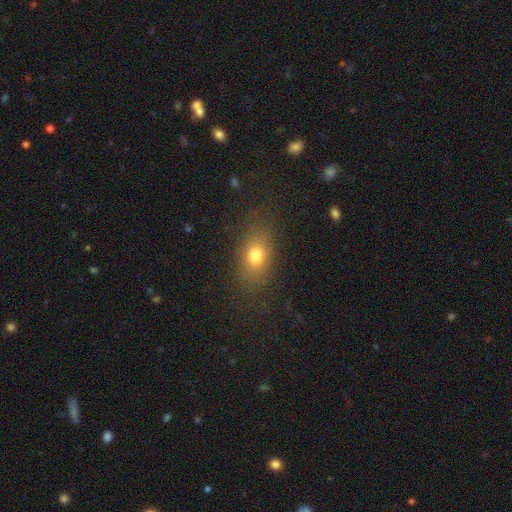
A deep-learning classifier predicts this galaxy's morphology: smooth-or-featured: smooth: 75% | featured or disk: 12% | star or artifact: 12%
  how-rounded: in between: 75% | round: 19% | cigar-shaped: 6%
  merging: none: 81% | minor disturbance: 12% | major disturbance: 6% | merger: 1%